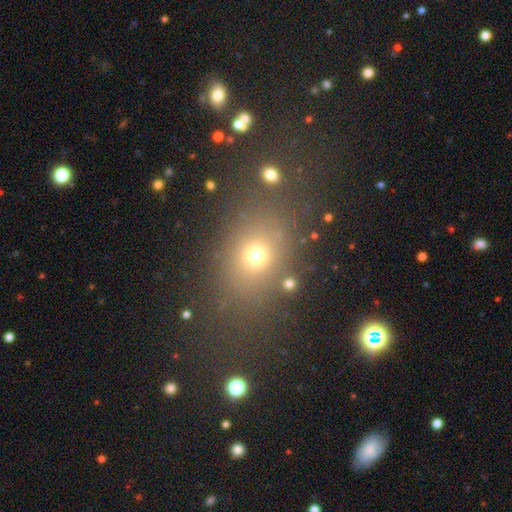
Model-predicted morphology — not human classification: smooth-or-featured: smooth: 66% | star or artifact: 22% | featured or disk: 12%
  how-rounded: in between: 50% | round: 48% | cigar-shaped: 2%
  merging: none: 75% | minor disturbance: 12% | major disturbance: 7% | merger: 6%